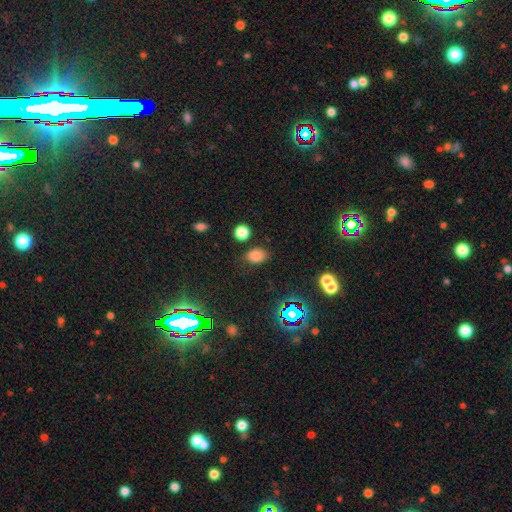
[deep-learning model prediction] Smooth or featured?
  - smooth: 77% *
  - star or artifact: 18%
  - featured or disk: 6%
How rounded?
  - in between: 73% *
  - round: 26%
  - cigar-shaped: 1%
Merging?
  - none: 78% *
  - minor disturbance: 14%
  - major disturbance: 4%
  - merger: 4%